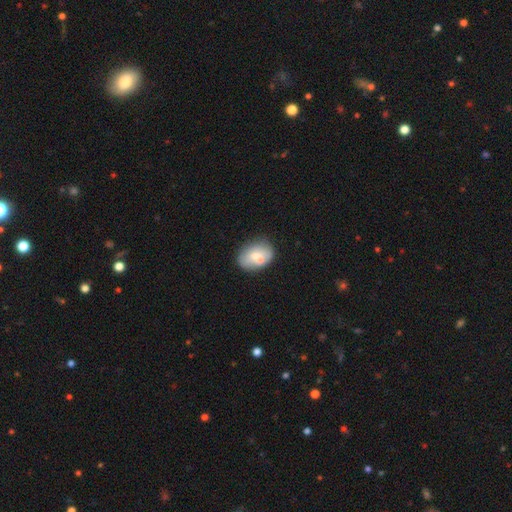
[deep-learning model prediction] A smooth galaxy with no disk features (66%) that is in between round and cigar-shaped (74%).

Vote fractions:
- Smooth or featured? smooth: 66% / featured or disk: 26% / star or artifact: 7%
- How rounded? in between: 74% / round: 25% / cigar-shaped: 1%
- Merging? none: 56% / minor disturbance: 25% / merger: 12% / major disturbance: 8%